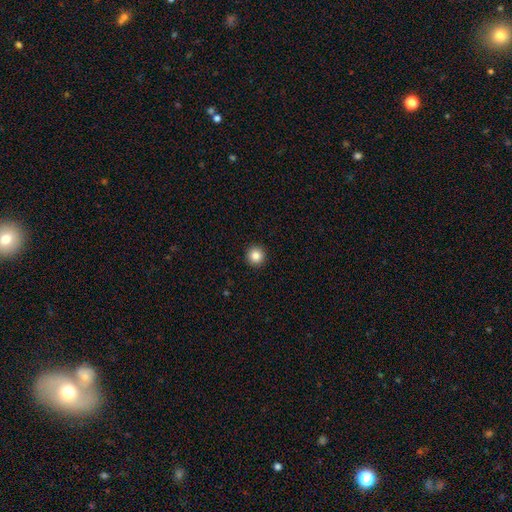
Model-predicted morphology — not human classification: type=smooth (85%); roundness=round (96%); merging=none (94%).